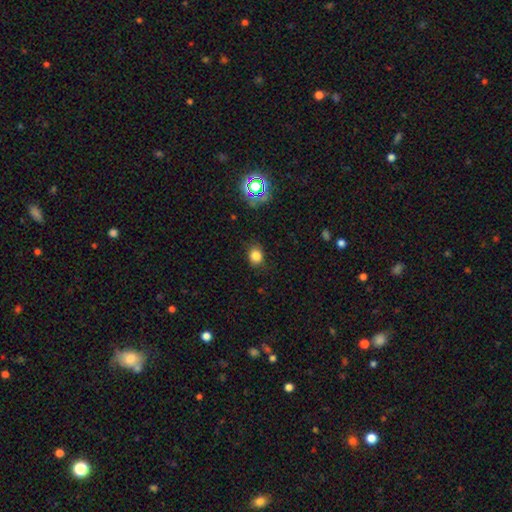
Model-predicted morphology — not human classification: Overall: smooth (81%). How rounded: round (64%; in between 35%). Merging: none (84%).